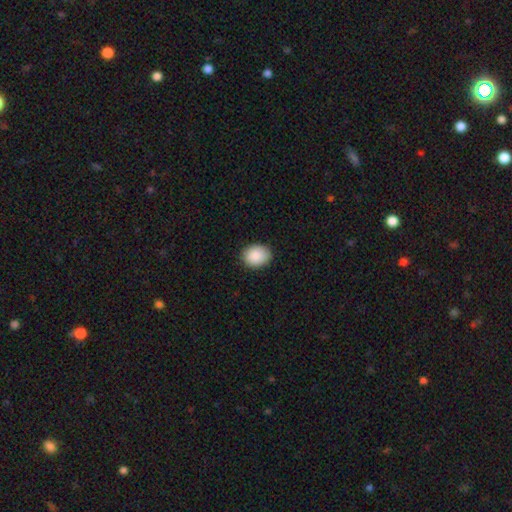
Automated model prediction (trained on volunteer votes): Overall: smooth (89%). How rounded: round (52%; in between 47%). Merging: none (87%).